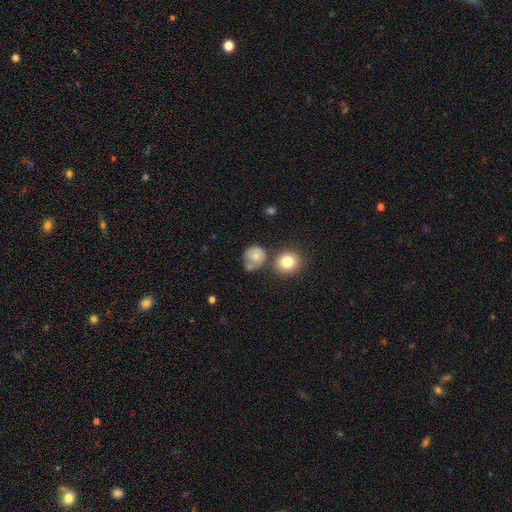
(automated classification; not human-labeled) Q: Smooth or featured?
A: smooth (73%); runner-up: featured or disk (17%)
Q: How rounded?
A: round (82%); runner-up: in between (17%)
Q: Merging?
A: none (49%); runner-up: minor disturbance (24%)